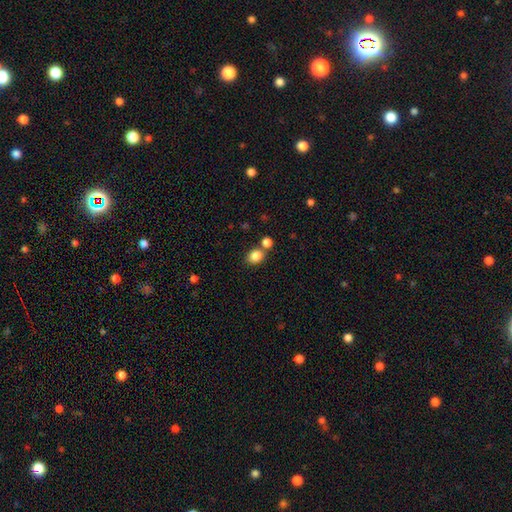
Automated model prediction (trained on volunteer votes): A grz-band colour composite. It shows a smooth galaxy with no disk features (85%) that is round (56%). Merging: none (65%).